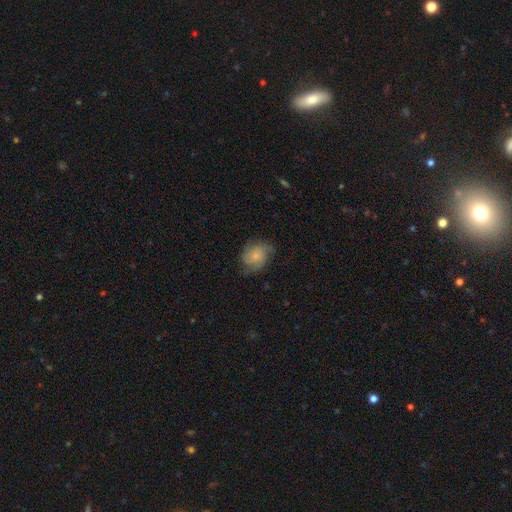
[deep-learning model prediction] Morphology: type=smooth (56%); roundness=round (57%); merging=none (58%).